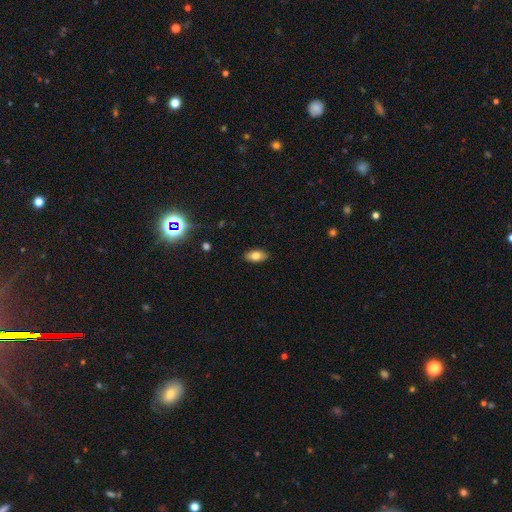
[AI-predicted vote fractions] Smooth or featured? Predicted: smooth (p=0.76). How rounded? Predicted: in between (p=0.90). Merging? Predicted: none (p=0.88).